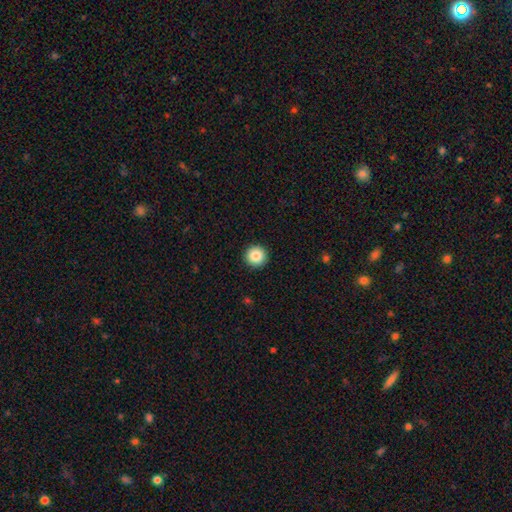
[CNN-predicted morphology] Overall: smooth (87%). How rounded: round (96%). Merging: none (93%).